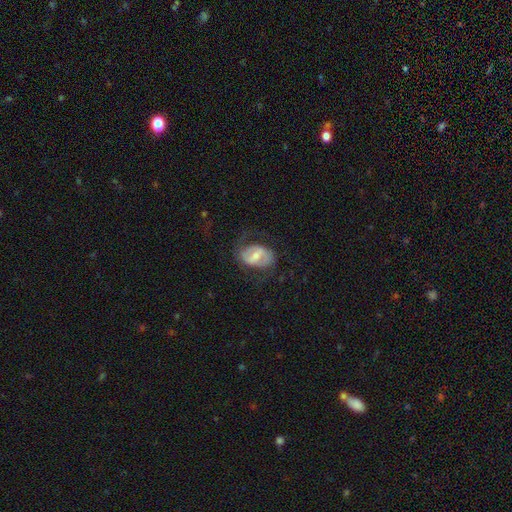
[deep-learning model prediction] Smooth or featured? featured or disk (68%)
Edge-on disk? no (96%)
Bar? weak (46%)
Spiral arms? yes (80%)
Spiral winding? medium (44%)
Spiral arm count? 2 (83%)
Bulge size? moderate (49%)
Merging? none (60%)